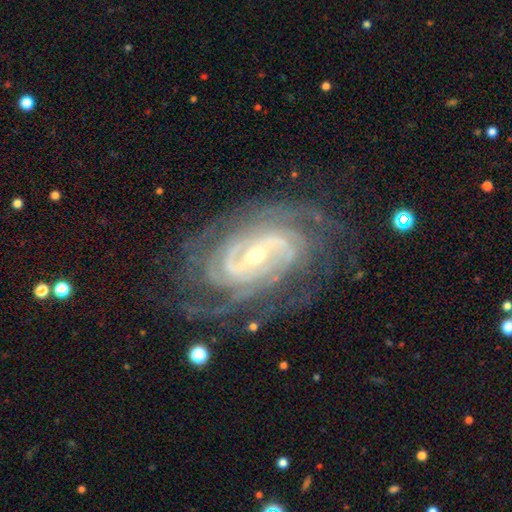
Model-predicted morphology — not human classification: smooth_or_featured: featured or disk (p=0.91) [alt: star or artifact p=0.05]
disk_edge_on: no (p=0.96) [alt: yes p=0.04]
bar: weak (p=0.39) [alt: strong p=0.36]
has_spiral_arms: yes (p=0.98) [alt: no p=0.02]
spiral_winding: tight (p=0.73) [alt: medium p=0.23]
spiral_arm_count: can't tell (p=0.22) [alt: 4 p=0.21]
bulge_size: small (p=0.61) [alt: moderate p=0.36]
merging: none (p=0.74) [alt: minor disturbance p=0.16]